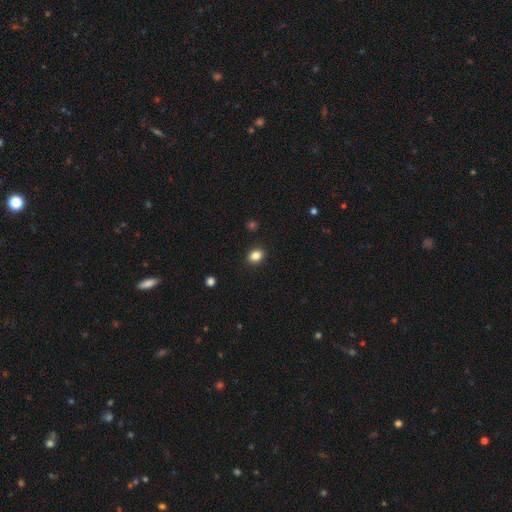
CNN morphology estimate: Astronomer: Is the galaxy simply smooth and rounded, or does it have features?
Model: smooth — 85%.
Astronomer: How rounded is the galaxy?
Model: in between — 58% (runner-up: round, 41%).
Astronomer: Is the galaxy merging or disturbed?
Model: none — 90%.